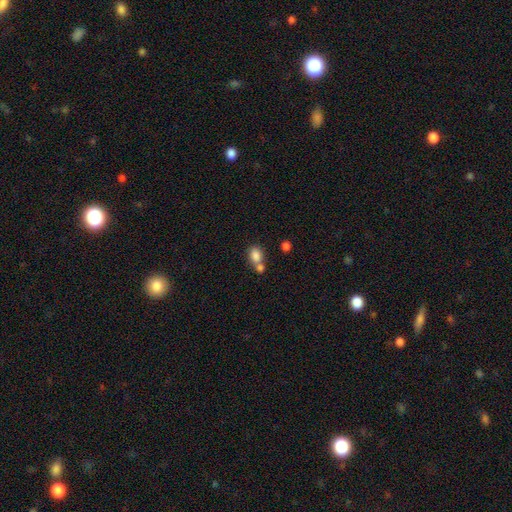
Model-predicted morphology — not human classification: Smooth or featured? smooth (83%)
How rounded? in between (66%)
Merging? merger (47%)